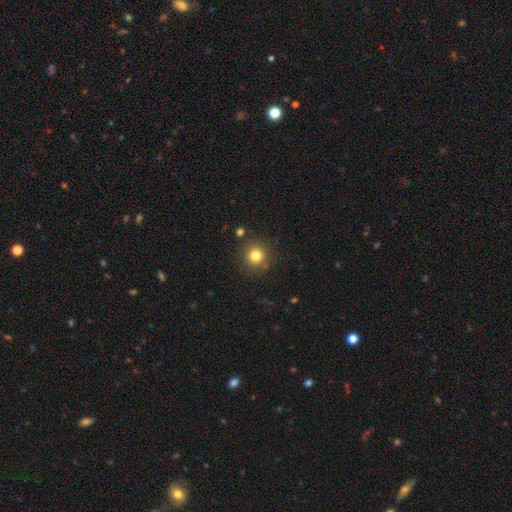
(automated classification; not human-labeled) A smooth galaxy with no disk features (80%) that is round (94%). Merging: none (86%).